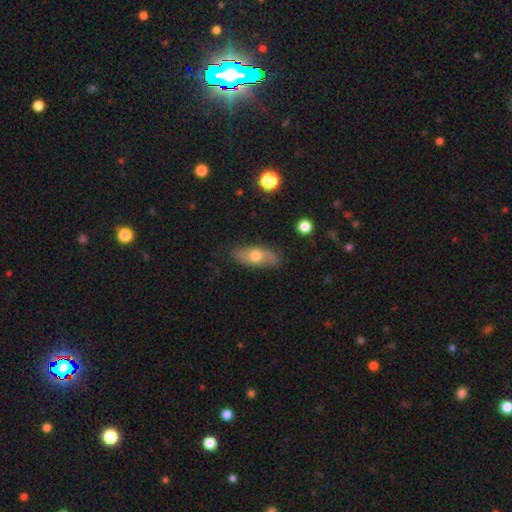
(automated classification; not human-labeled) A smooth galaxy with no disk features (57%) that is in between round and cigar-shaped (83%). Merging: none (79%).